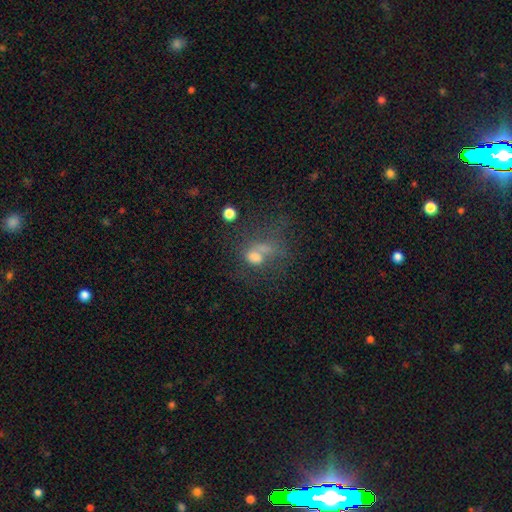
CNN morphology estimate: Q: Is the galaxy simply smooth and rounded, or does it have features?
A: smooth — 49%.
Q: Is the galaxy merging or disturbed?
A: major disturbance — 33%.